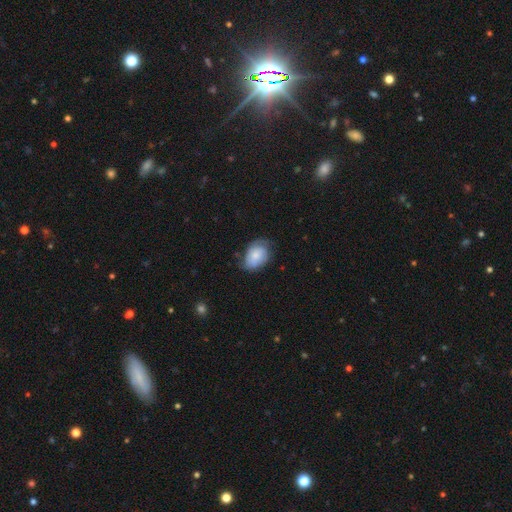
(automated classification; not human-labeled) A smooth galaxy with no disk features (67%) that is in between round and cigar-shaped (79%). Merging: none (55%).